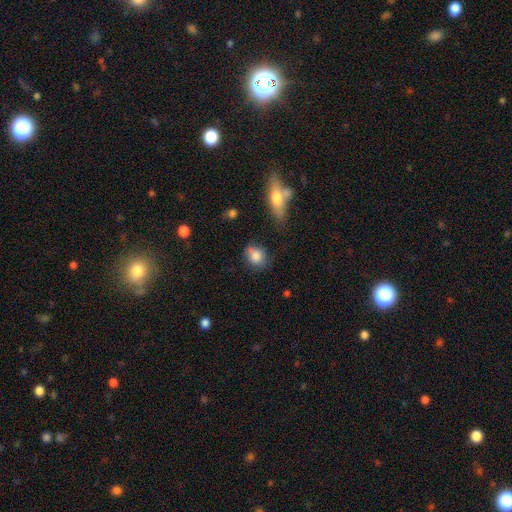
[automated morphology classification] Overall: smooth (81%). How rounded: round (51%; in between 46%). Merging: none (58%; minor disturbance 27%).